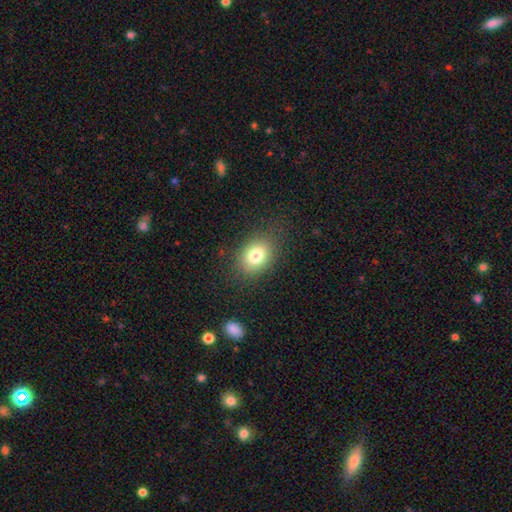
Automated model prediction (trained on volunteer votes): Q: Smooth or featured?
A: smooth (79%); runner-up: featured or disk (11%)
Q: How rounded?
A: in between (64%); runner-up: round (35%)
Q: Merging?
A: none (81%); runner-up: minor disturbance (12%)